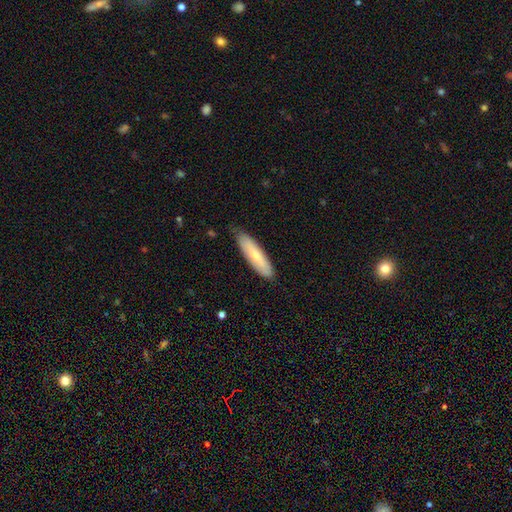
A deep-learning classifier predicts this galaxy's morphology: Smooth or featured?
  - smooth: 65% *
  - featured or disk: 29%
  - star or artifact: 6%
How rounded?
  - cigar-shaped: 68% *
  - in between: 31%
  - round: 2%
Merging?
  - none: 79% *
  - minor disturbance: 18%
  - major disturbance: 2%
  - merger: 1%